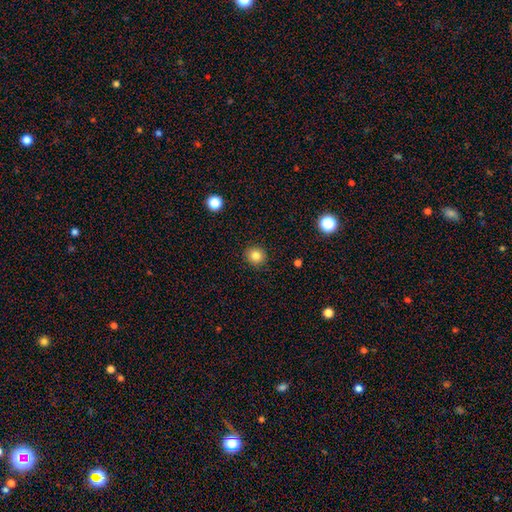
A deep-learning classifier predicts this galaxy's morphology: A smooth galaxy with no disk features (82%) that is round (89%).

Vote fractions:
- Smooth or featured? smooth: 82% / star or artifact: 11% / featured or disk: 6%
- How rounded? round: 89% / in between: 10% / cigar-shaped: 1%
- Merging? none: 91% / minor disturbance: 6% / major disturbance: 2% / merger: 1%